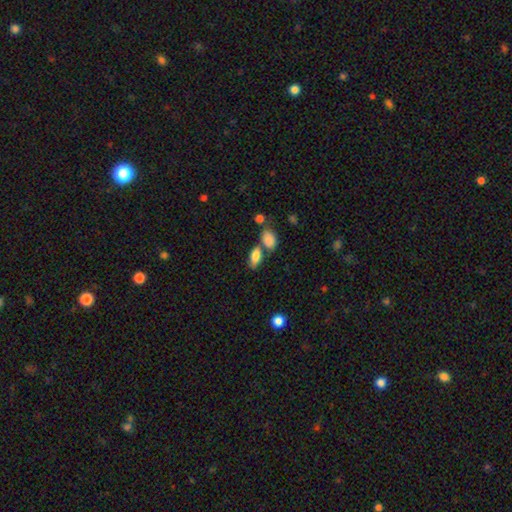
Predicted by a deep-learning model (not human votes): The model was most divided on "merging": none: 55%, merger: 27%, minor disturbance: 13%, major disturbance: 5%. More confident: how rounded — in between (88%); smooth or featured — smooth (83%).